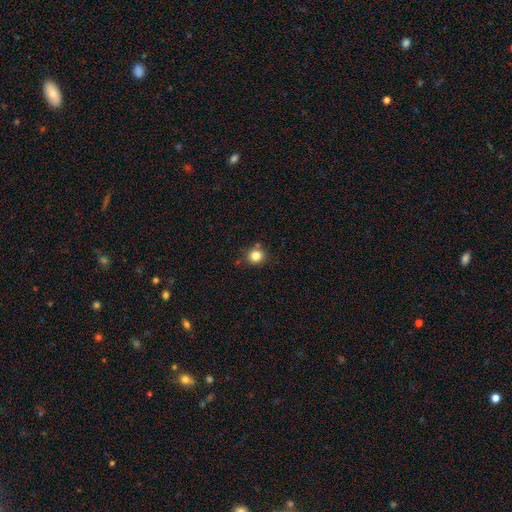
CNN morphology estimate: A smooth galaxy with no disk features (82%) that is round (87%).

Vote fractions:
- Smooth or featured? smooth: 82% / star or artifact: 12% / featured or disk: 6%
- How rounded? round: 87% / in between: 12% / cigar-shaped: 1%
- Merging? none: 81% / minor disturbance: 10% / merger: 6% / major disturbance: 3%